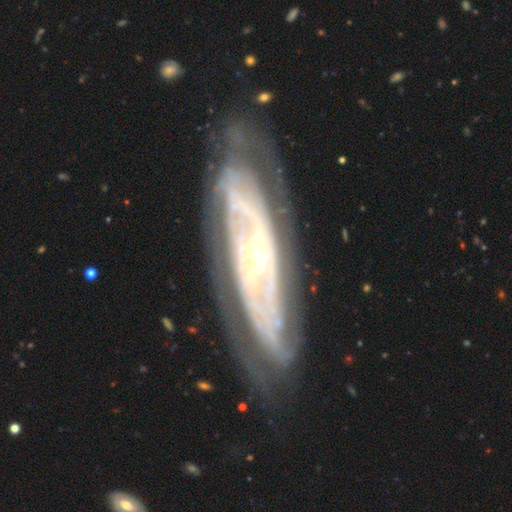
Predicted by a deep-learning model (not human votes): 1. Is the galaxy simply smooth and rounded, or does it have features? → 87% featured or disk, 7% smooth, 6% star or artifact.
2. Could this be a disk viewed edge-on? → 82% no, 18% yes.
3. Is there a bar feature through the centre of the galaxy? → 58% no, 24% weak, 18% strong.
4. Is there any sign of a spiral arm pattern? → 93% yes, 7% no.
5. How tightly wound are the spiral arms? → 71% tight, 23% medium, 6% loose.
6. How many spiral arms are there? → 40% can't tell, 27% 2, 12% 3, 8% 4, 7% more than 4, 5% 1.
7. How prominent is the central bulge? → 77% small, 19% moderate, 2% large, 2% none, 1% dominant.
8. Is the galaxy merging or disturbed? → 75% none, 16% minor disturbance, 7% major disturbance, 2% merger.